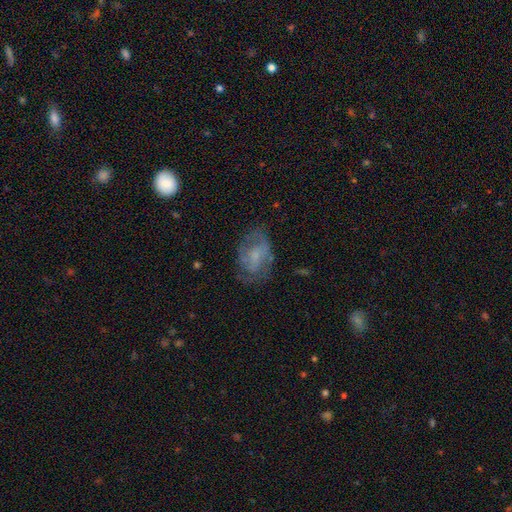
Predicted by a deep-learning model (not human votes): A featured or disk galaxy (58%) with no bar (57%), spiral arms (70%) and a small central bulge (51%). Merging: none (58%).